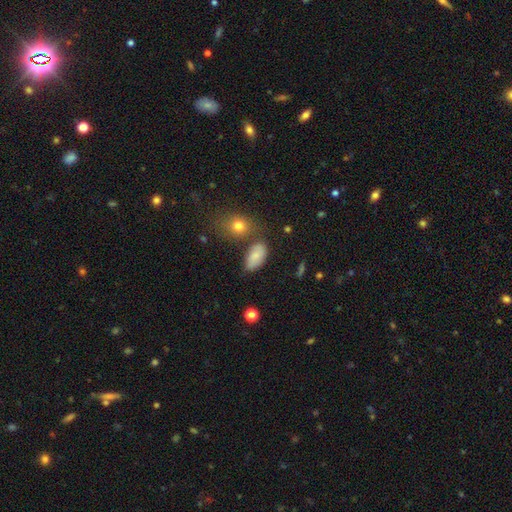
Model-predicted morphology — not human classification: A smooth galaxy with no disk features (79%) that is in between round and cigar-shaped (92%).

Vote fractions:
- Smooth or featured? smooth: 79% / featured or disk: 12% / star or artifact: 9%
- How rounded? in between: 92% / round: 6% / cigar-shaped: 2%
- Merging? none: 63% / minor disturbance: 21% / merger: 10% / major disturbance: 6%